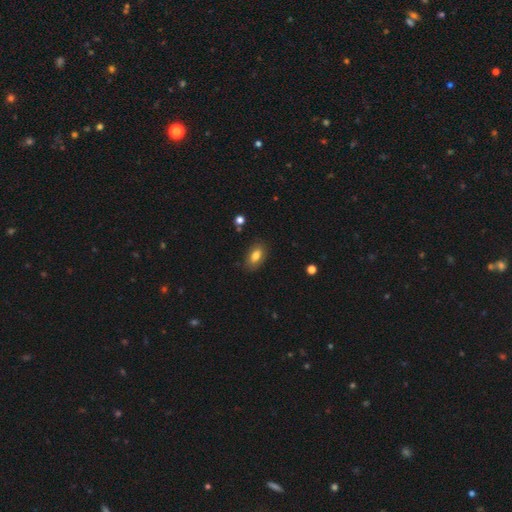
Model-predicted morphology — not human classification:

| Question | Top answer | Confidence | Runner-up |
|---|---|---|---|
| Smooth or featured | smooth | 79% | featured or disk (13%) |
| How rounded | in between | 91% | round (6%) |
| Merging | none | 84% | minor disturbance (12%) |